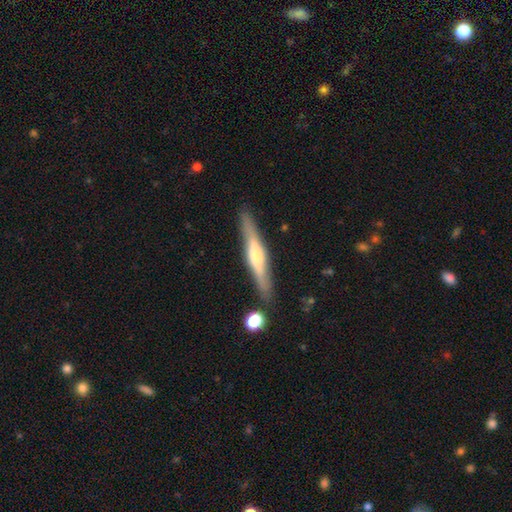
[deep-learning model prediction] smooth_or_featured: featured or disk (p=0.67) [alt: smooth p=0.27]
disk_edge_on: yes (p=0.95) [alt: no p=0.05]
edge_on_bulge: rounded (p=0.74) [alt: boxy p=0.13]
merging: none (p=0.86) [alt: minor disturbance p=0.09]